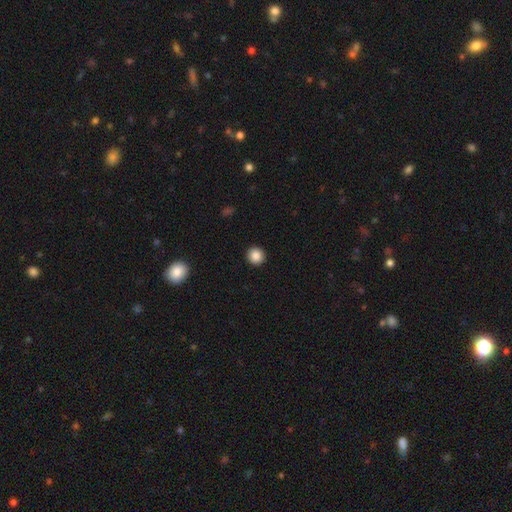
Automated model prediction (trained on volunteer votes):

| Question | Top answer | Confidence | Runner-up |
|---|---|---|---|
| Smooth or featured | smooth | 87% | star or artifact (10%) |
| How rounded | round | 94% | in between (5%) |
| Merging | none | 93% | minor disturbance (4%) |